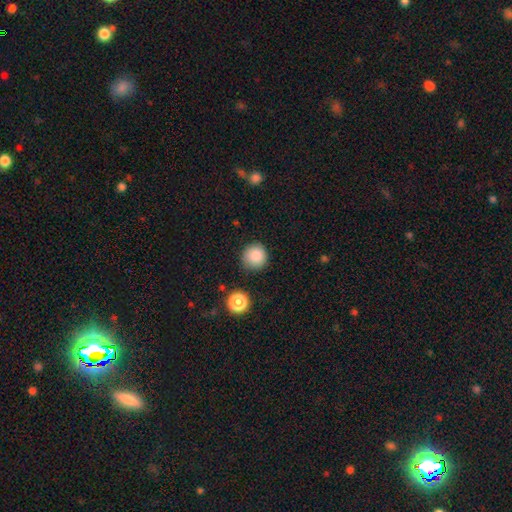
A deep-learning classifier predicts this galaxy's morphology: A smooth galaxy with no disk features (85%) that is round (93%).

Vote fractions:
- Smooth or featured? smooth: 85% / star or artifact: 10% / featured or disk: 4%
- How rounded? round: 93% / in between: 6% / cigar-shaped: 1%
- Merging? none: 82% / minor disturbance: 12% / major disturbance: 3% / merger: 3%